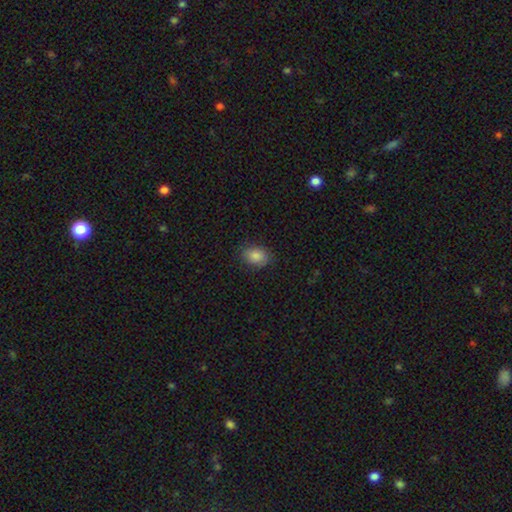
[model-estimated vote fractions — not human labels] Q: Smooth or featured?
A: smooth (85%); runner-up: star or artifact (9%)
Q: How rounded?
A: in between (70%); runner-up: round (29%)
Q: Merging?
A: none (83%); runner-up: minor disturbance (13%)